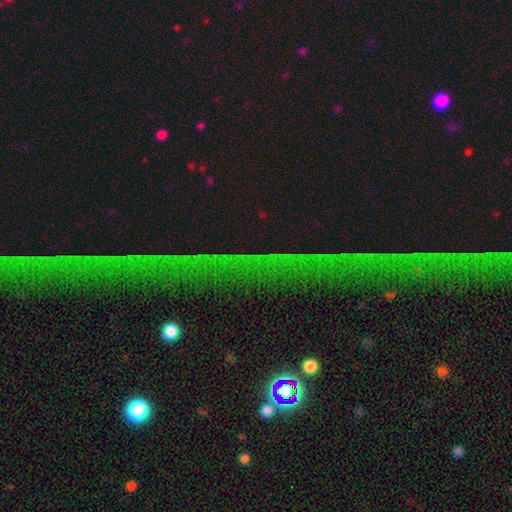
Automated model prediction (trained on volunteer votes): A star or artifact, not a galaxy (84%).